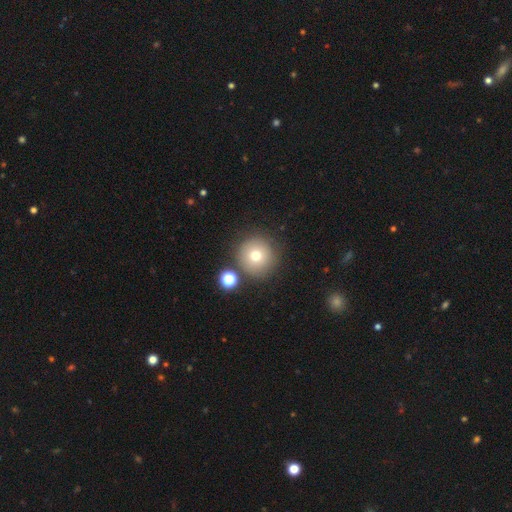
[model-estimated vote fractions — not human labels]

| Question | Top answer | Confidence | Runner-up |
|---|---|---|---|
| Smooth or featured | smooth | 73% | star or artifact (13%) |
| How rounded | round | 96% | in between (3%) |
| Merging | none | 80% | minor disturbance (9%) |